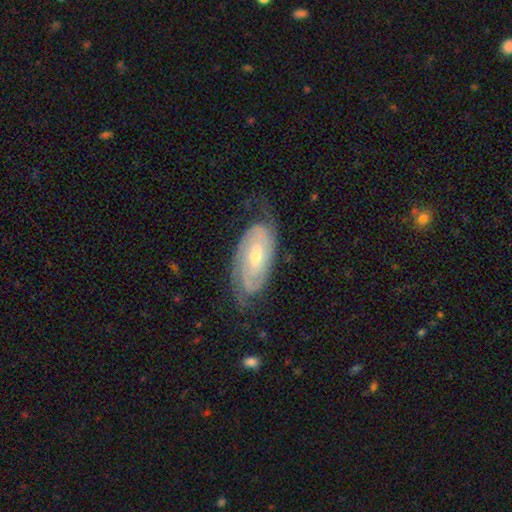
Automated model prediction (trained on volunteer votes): Smooth or featured? Predicted: featured or disk (p=0.86). Edge-on disk? Predicted: no (p=0.94). Bar? Predicted: no (p=0.56). Spiral arms? Predicted: yes (p=0.96). Spiral winding? Predicted: tight (p=0.70). Spiral arm count? Predicted: 2 (p=0.64). Bulge size? Predicted: small (p=0.50). Merging? Predicted: none (p=0.72).